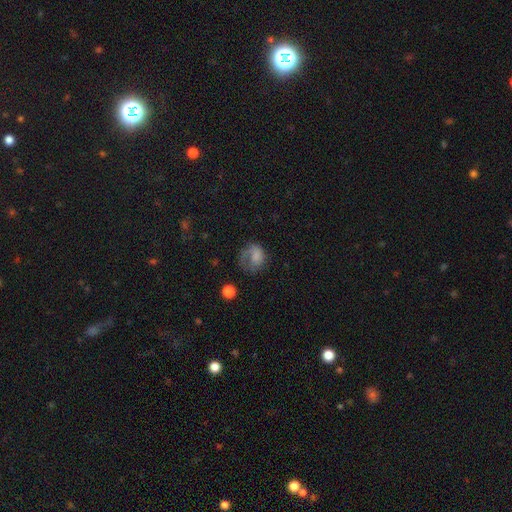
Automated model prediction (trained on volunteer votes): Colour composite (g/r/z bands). It shows a smooth galaxy with no disk features (60%) that is round (57%). Merging: none (37%, tied with major disturbance).